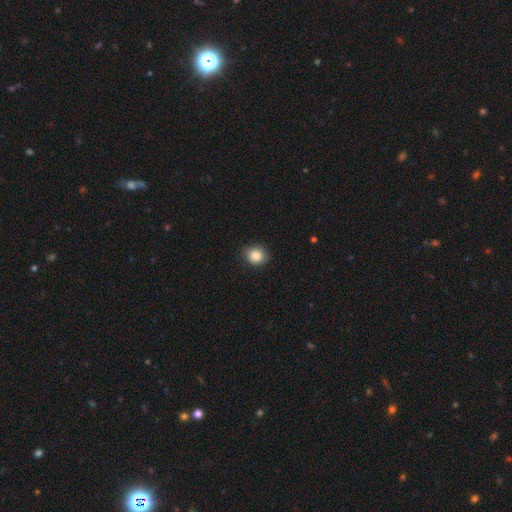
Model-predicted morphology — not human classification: A smooth galaxy with no disk features (87%) that is round (75%).

Vote fractions:
- Smooth or featured? smooth: 87% / star or artifact: 9% / featured or disk: 4%
- How rounded? round: 75% / in between: 24% / cigar-shaped: 1%
- Merging? none: 79% / minor disturbance: 17% / major disturbance: 3% / merger: 1%